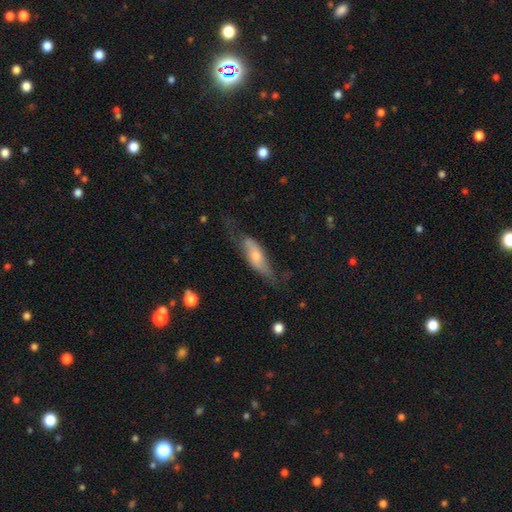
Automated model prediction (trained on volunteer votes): Morphology: type=featured or disk (48%); merging=none (45%).